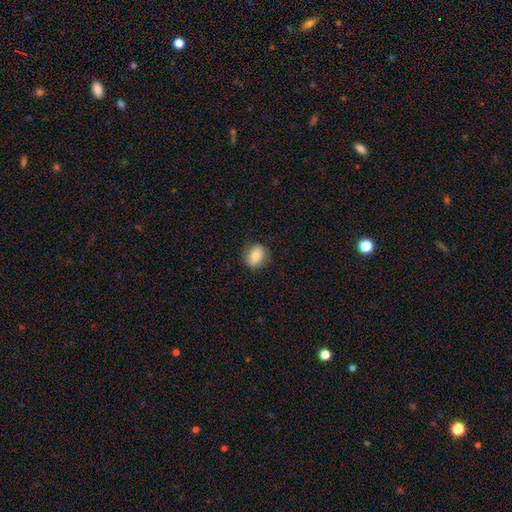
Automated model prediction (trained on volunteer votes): smooth_or_featured: smooth (p=0.73) [alt: featured or disk p=0.19]
how_rounded: round (p=0.57) [alt: in between p=0.41]
merging: none (p=0.82) [alt: minor disturbance p=0.14]